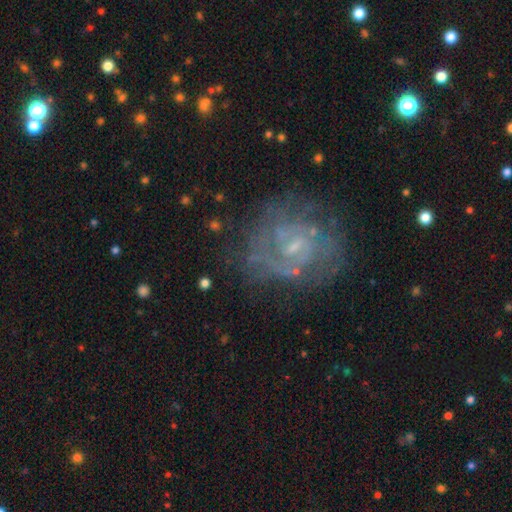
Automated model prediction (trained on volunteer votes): Overall: featured or disk (76%). Edge-on disk: no (98%). Bar: no (48%; weak 44%). Spiral arms: yes (82%). Spiral arm count: can't tell (39%; 2 35%). Spiral winding: tight (50%; medium 37%). Bulge size: small (64%). Merging: none (69%).